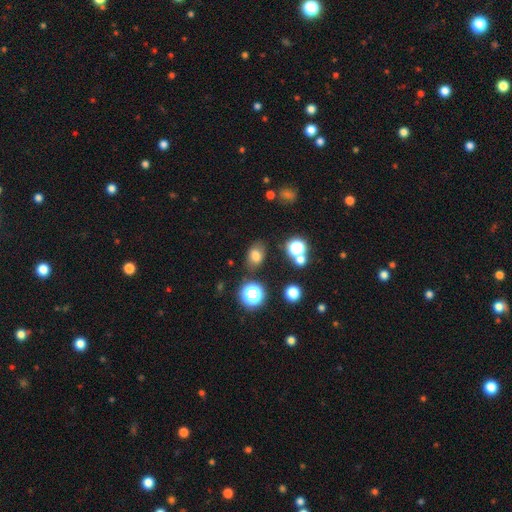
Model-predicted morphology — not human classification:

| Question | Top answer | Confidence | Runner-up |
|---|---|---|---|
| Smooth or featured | smooth | 74% | star or artifact (17%) |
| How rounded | in between | 69% | round (30%) |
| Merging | none | 73% | minor disturbance (17%) |